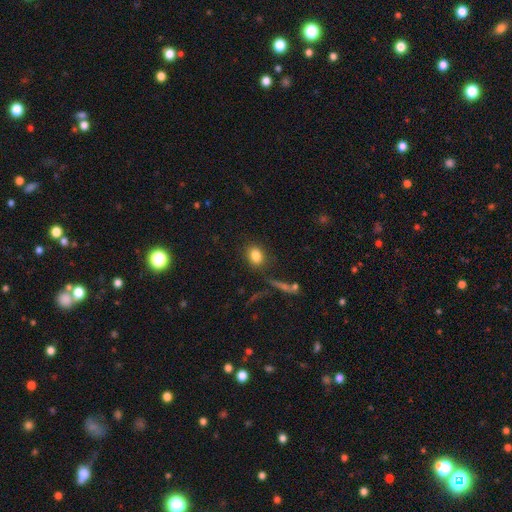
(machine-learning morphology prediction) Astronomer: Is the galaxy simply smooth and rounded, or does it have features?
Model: smooth — 83%.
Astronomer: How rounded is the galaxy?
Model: in between — 62%.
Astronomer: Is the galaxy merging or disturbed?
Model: none — 80%.